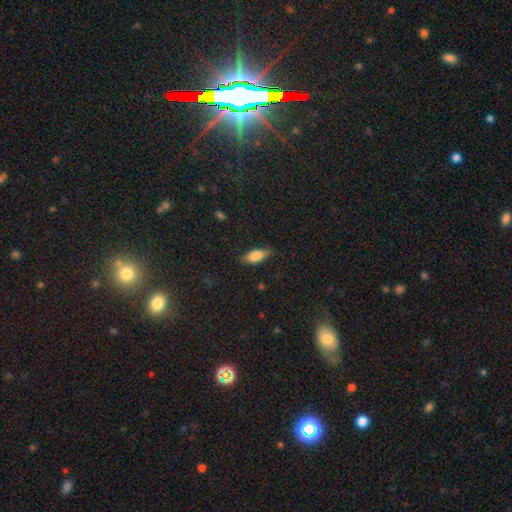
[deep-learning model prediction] This is likely a smooth galaxy (76%). How rounded: likely in between (78%). Merging: likely none (77%).